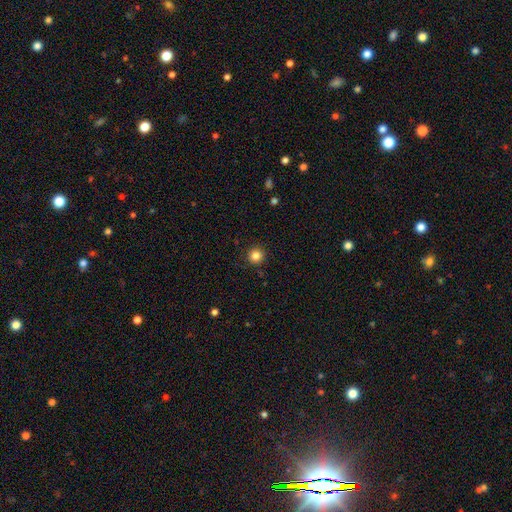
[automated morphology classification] smooth 84%, star or artifact 12%, featured or disk 4%. Down the decision tree: how rounded — round (95%); merging — none (92%).